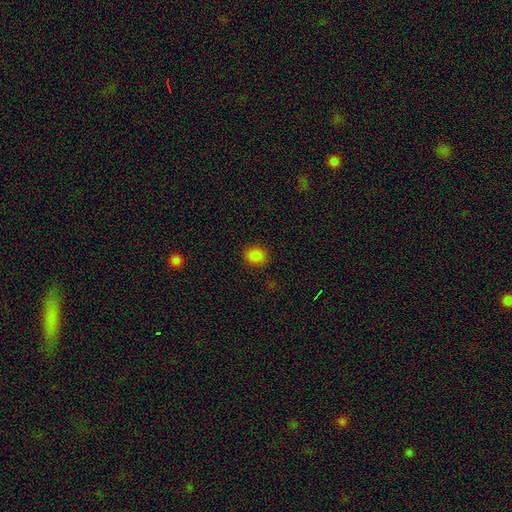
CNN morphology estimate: This appears to be a smooth galaxy with no disk features (84%) that is round (65%). Merging: none (89%).